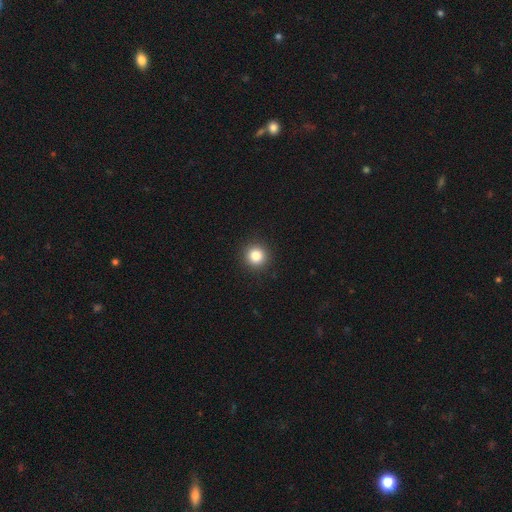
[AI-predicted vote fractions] smooth-or-featured: smooth: 83% | star or artifact: 11% | featured or disk: 5%
  how-rounded: round: 95% | in between: 4% | cigar-shaped: 1%
  merging: none: 93% | minor disturbance: 4% | major disturbance: 2% | merger: 1%